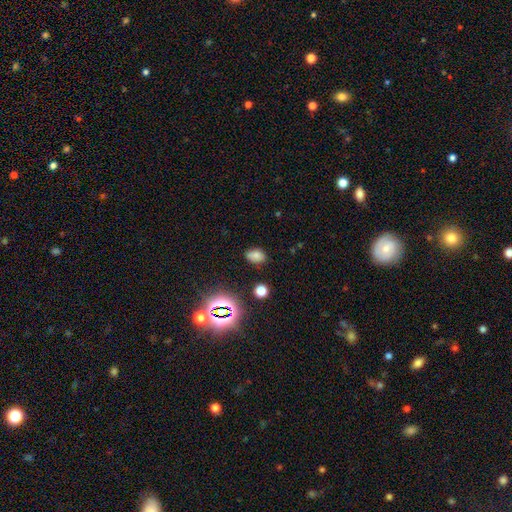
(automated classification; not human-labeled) Smooth or featured?
  - smooth: 70% *
  - star or artifact: 21%
  - featured or disk: 9%
How rounded?
  - in between: 81% *
  - round: 17%
  - cigar-shaped: 1%
Merging?
  - none: 80% *
  - minor disturbance: 14%
  - major disturbance: 3%
  - merger: 2%